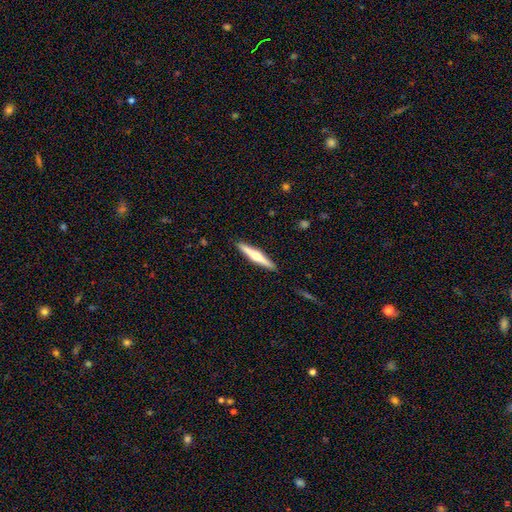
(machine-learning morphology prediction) type=featured or disk (61%); edge-on=yes (98%); edge-on bulge=rounded (89%); merging=none (91%).